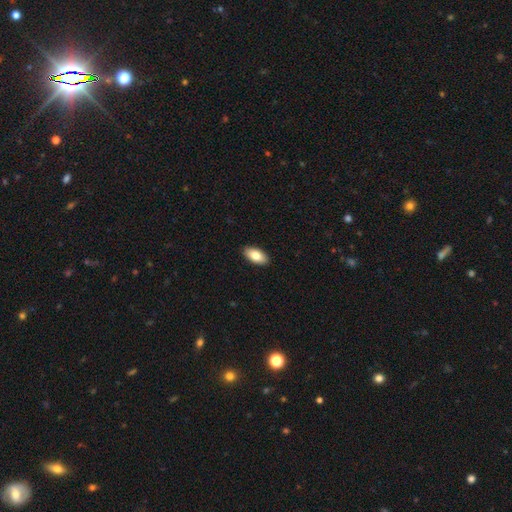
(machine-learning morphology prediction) The model was most divided on "smooth or featured": smooth: 82%, featured or disk: 12%, star or artifact: 6%. More confident: how rounded — in between (93%); merging — none (91%).